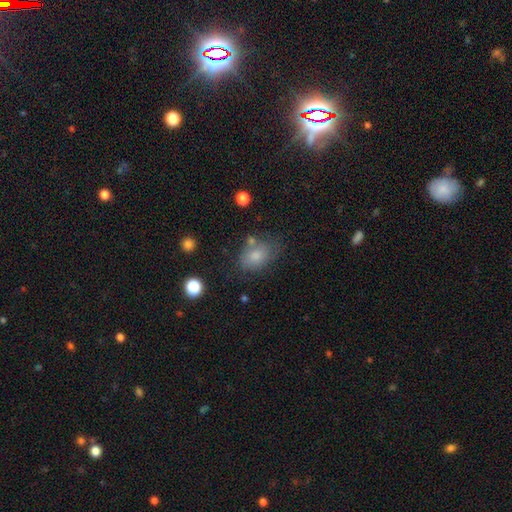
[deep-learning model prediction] A smooth galaxy with no disk features (77%) that is in between round and cigar-shaped (78%).

Vote fractions:
- Smooth or featured? smooth: 77% / featured or disk: 13% / star or artifact: 10%
- How rounded? in between: 78% / round: 20% / cigar-shaped: 1%
- Merging? none: 59% / minor disturbance: 22% / merger: 11% / major disturbance: 9%